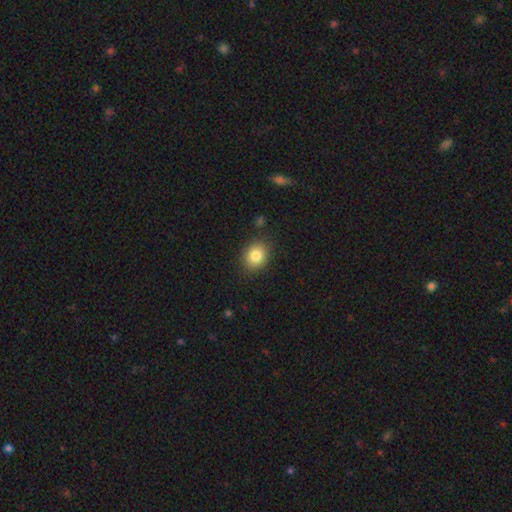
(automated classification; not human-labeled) Smooth or featured: smooth — 83% (star or artifact — 9%)
How rounded: round — 55% (in between — 44%)
Merging: none — 85% (minor disturbance — 10%)